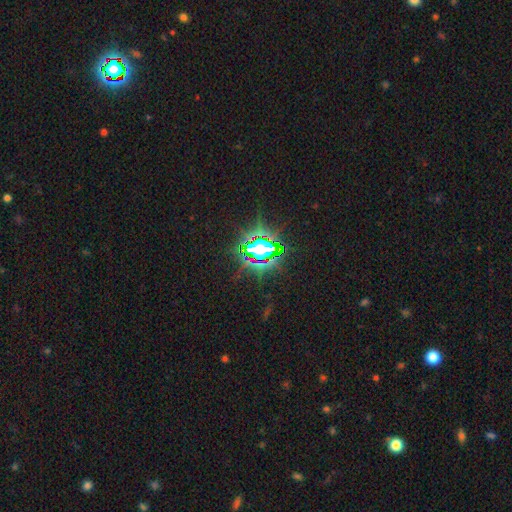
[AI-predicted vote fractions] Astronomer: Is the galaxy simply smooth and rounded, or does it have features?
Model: star or artifact — 79%.